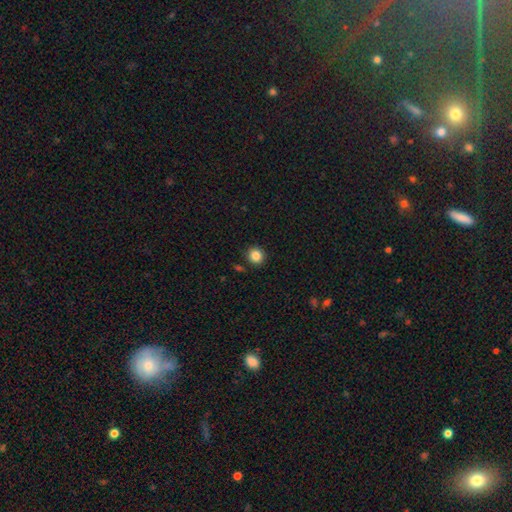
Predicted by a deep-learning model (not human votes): Smooth or featured? smooth (85%)
How rounded? round (89%)
Merging? none (89%)